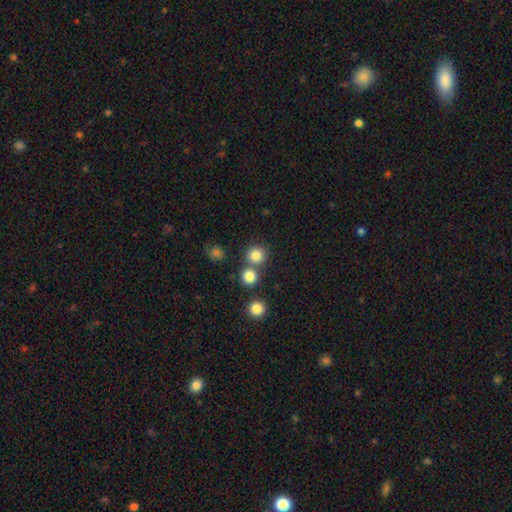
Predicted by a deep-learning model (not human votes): Smooth or featured? Predicted: smooth (p=0.82). How rounded? Predicted: round (p=0.90). Merging? Predicted: none (p=0.69).